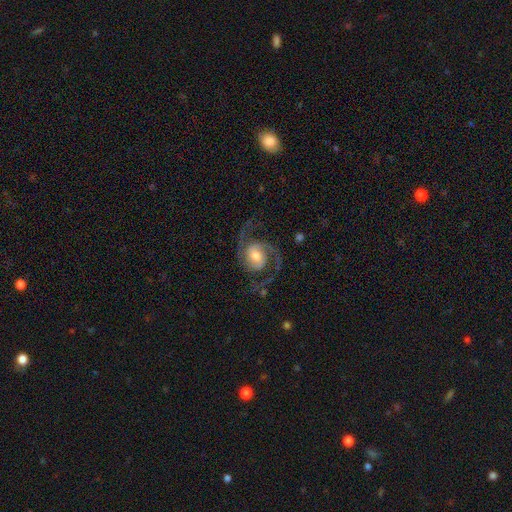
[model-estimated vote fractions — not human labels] Morphology: type=featured or disk (90%); edge-on=no (98%); bar=no (49%); spiral arms=yes (98%); winding=medium (57%); arm count=2 (89%); bulge=moderate (62%); merging=none (72%).